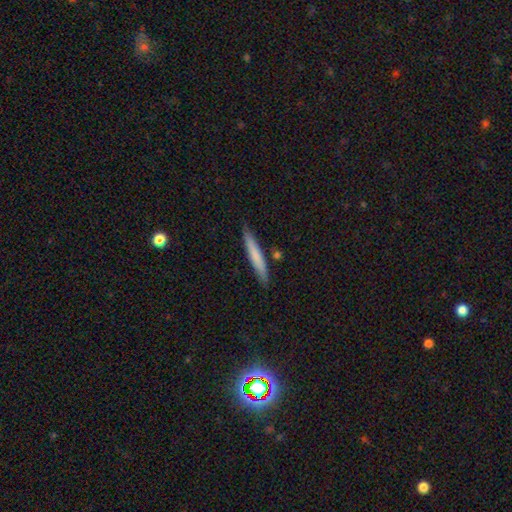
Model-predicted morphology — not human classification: smooth 70%, featured or disk 24%, star or artifact 6%. Down the decision tree: how rounded — cigar-shaped (95%); merging — none (86%).